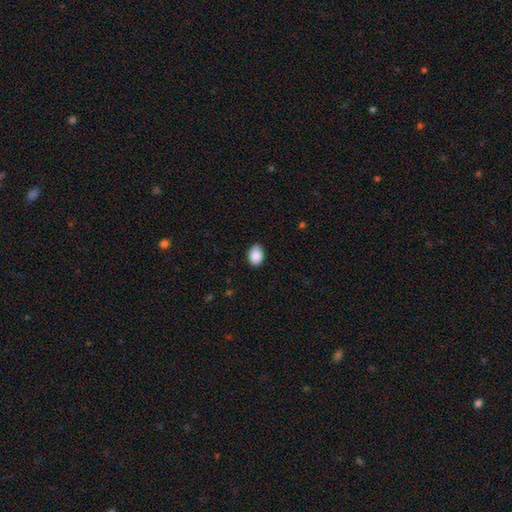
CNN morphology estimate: Smooth or featured: smooth — 89% (star or artifact — 7%)
How rounded: in between — 79% (round — 20%)
Merging: none — 82% (minor disturbance — 14%)